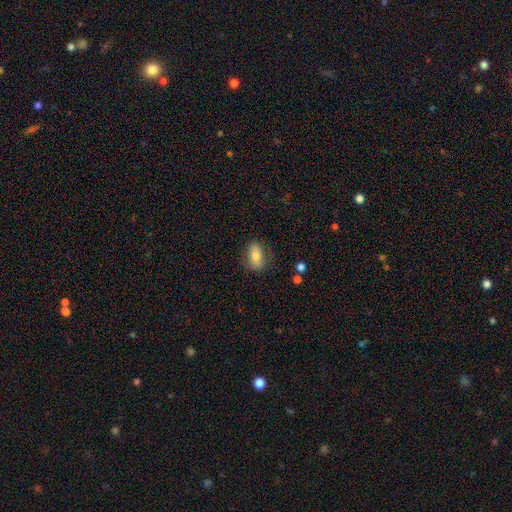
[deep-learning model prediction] A smooth galaxy with no disk features (69%) that is in between round and cigar-shaped (85%). Merging: none (75%).